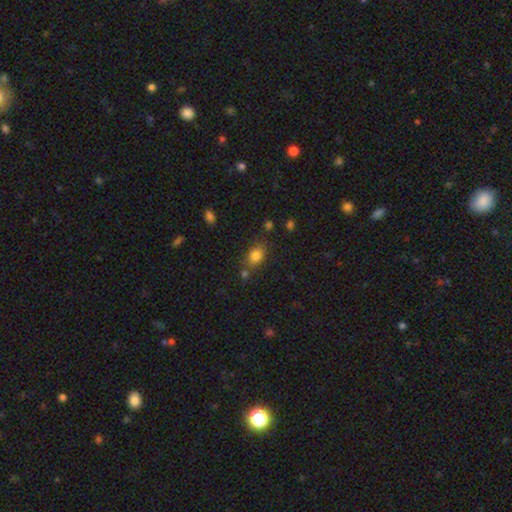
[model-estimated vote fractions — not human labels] A smooth galaxy with no disk features (82%) that is in between round and cigar-shaped (73%). Merging: none (67%).